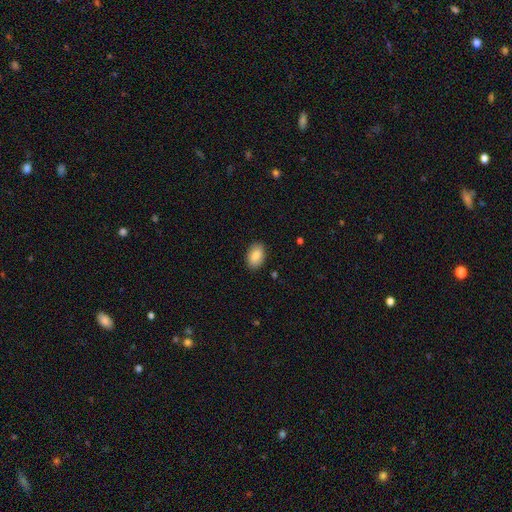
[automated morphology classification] Smooth or featured? Predicted: smooth (p=0.87). How rounded? Predicted: in between (p=0.88). Merging? Predicted: none (p=0.88).